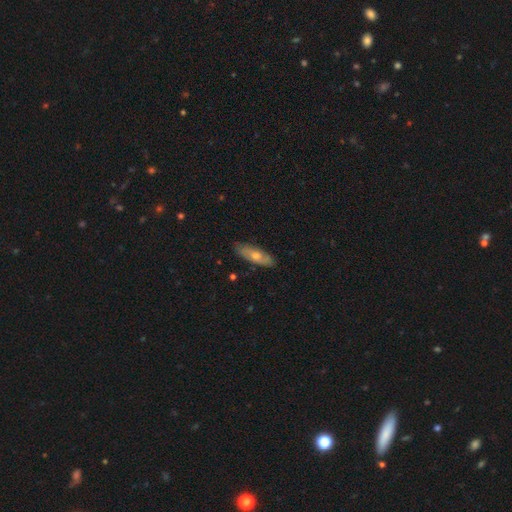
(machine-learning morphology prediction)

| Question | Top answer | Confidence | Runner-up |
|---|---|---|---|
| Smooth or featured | smooth | 49% | featured or disk (44%) |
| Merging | none | 86% | minor disturbance (11%) |